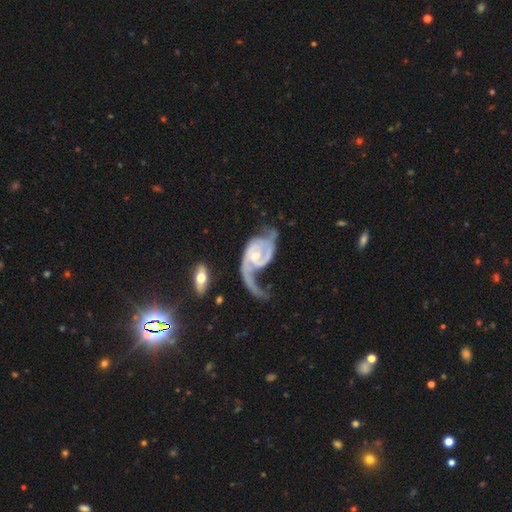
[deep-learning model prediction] A featured or disk galaxy (89%) with no bar (53%), 2 (64%) medium (40%) spiral arms (95%) and a small central bulge (48%). Merging: major disturbance (50%).